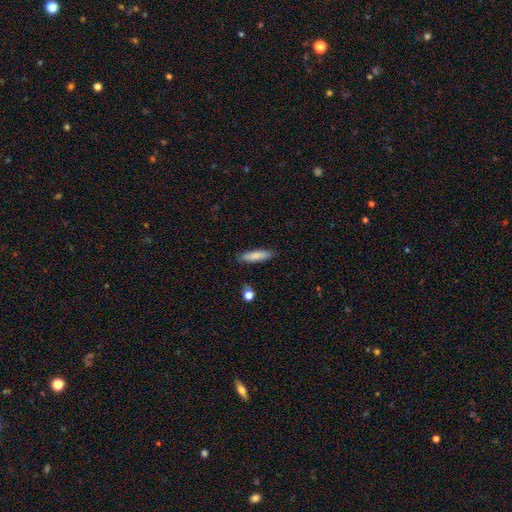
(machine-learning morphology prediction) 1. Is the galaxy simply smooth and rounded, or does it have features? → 82% smooth, 11% featured or disk, 7% star or artifact.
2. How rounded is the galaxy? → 72% cigar-shaped, 26% in between, 2% round.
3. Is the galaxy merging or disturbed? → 87% none, 9% minor disturbance, 2% major disturbance, 2% merger.